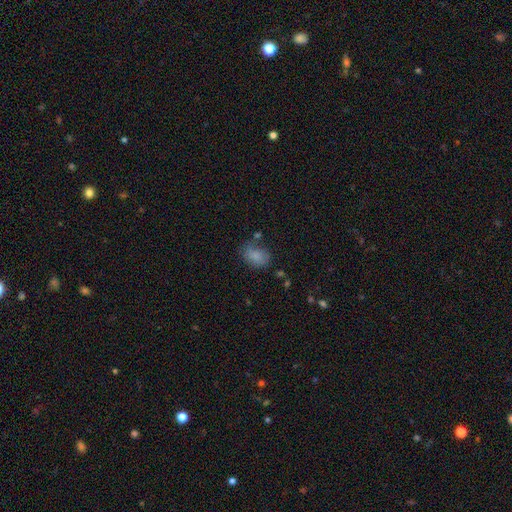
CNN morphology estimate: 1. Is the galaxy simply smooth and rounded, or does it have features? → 82% smooth, 10% star or artifact, 8% featured or disk.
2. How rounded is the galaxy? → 72% in between, 26% round, 1% cigar-shaped.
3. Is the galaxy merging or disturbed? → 60% none, 24% minor disturbance, 9% major disturbance, 7% merger.